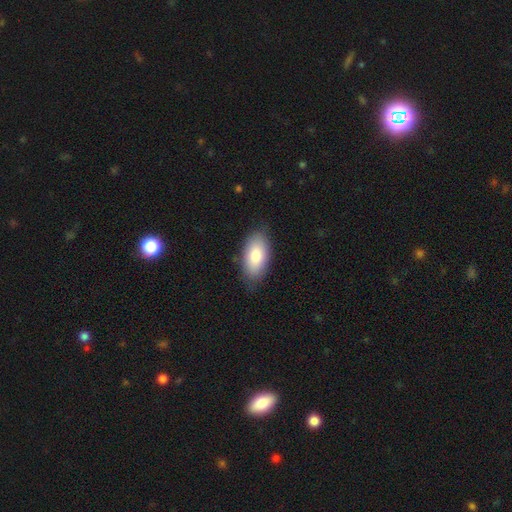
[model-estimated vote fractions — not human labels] This appears to be a smooth galaxy with no disk features (84%) that is in between round and cigar-shaped (93%). Merging: none (81%).